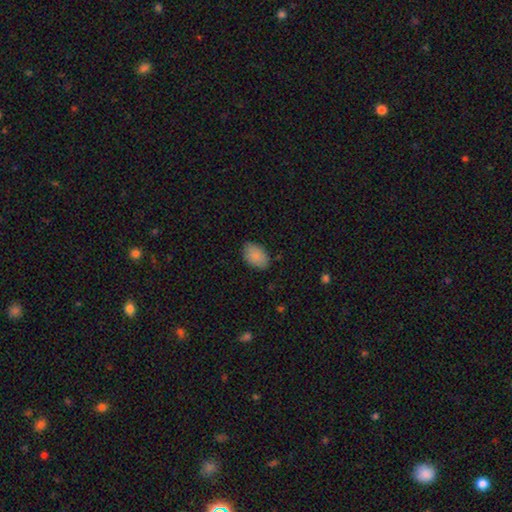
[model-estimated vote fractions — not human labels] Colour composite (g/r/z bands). It shows a smooth galaxy with no disk features (89%) that is in between round and cigar-shaped (89%). Merging: none (83%).